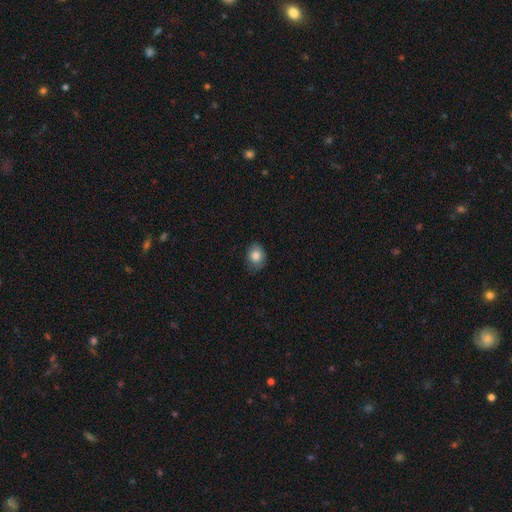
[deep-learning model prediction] smooth 83%, star or artifact 9%, featured or disk 9%. Down the decision tree: how rounded — in between (55%); merging — none (72%).